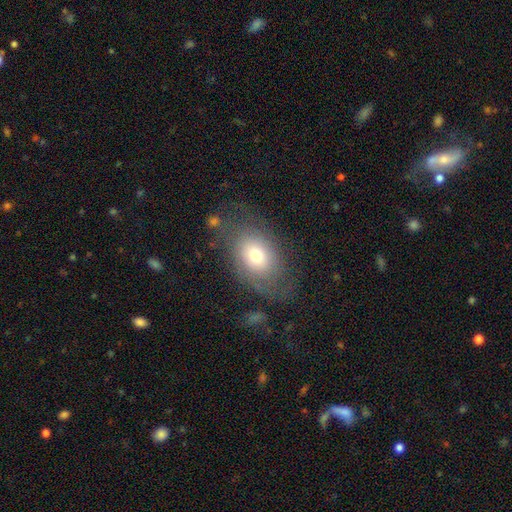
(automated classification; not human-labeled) Q: Smooth or featured?
A: smooth (60%); runner-up: featured or disk (30%)
Q: How rounded?
A: in between (79%); runner-up: round (20%)
Q: Merging?
A: none (60%); runner-up: minor disturbance (22%)